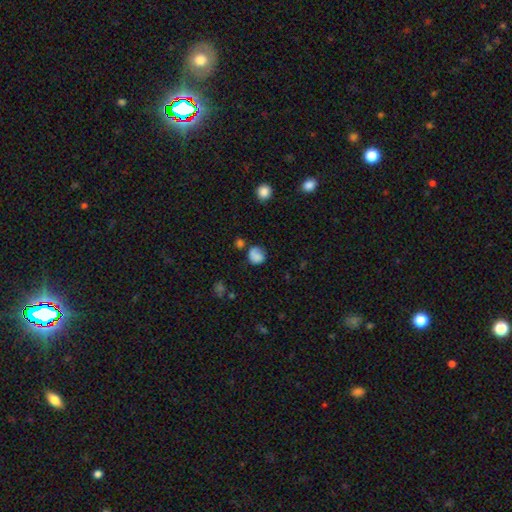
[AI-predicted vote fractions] Morphology: type=smooth (78%); roundness=round (72%); merging=none (55%).